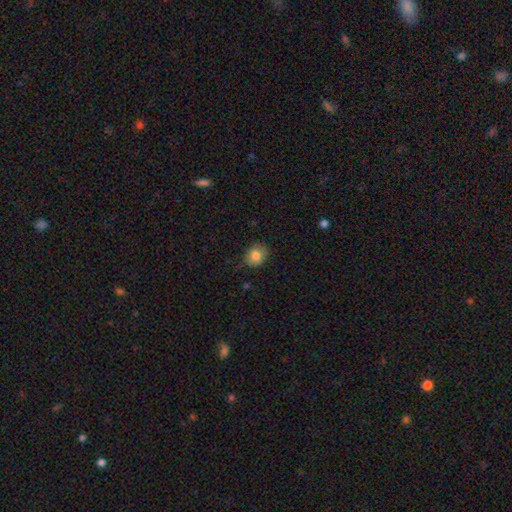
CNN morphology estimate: This is clearly a smooth galaxy (81%). How rounded: likely round (64%). Merging: likely none (71%).